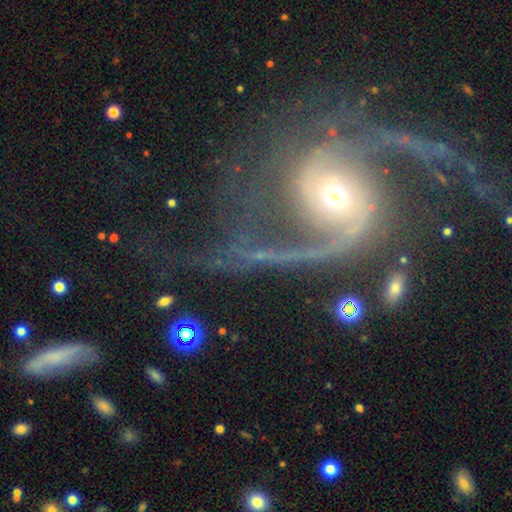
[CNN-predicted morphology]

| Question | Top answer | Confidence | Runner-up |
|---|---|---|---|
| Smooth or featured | featured or disk | 85% | star or artifact (8%) |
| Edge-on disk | no | 97% | yes (3%) |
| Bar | no | 59% | weak (28%) |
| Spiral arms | yes | 95% | no (5%) |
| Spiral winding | loose | 45% | medium (40%) |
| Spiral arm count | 2 | 72% | 1 (13%) |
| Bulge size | moderate | 53% | small (38%) |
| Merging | none | 46% | major disturbance (32%) |